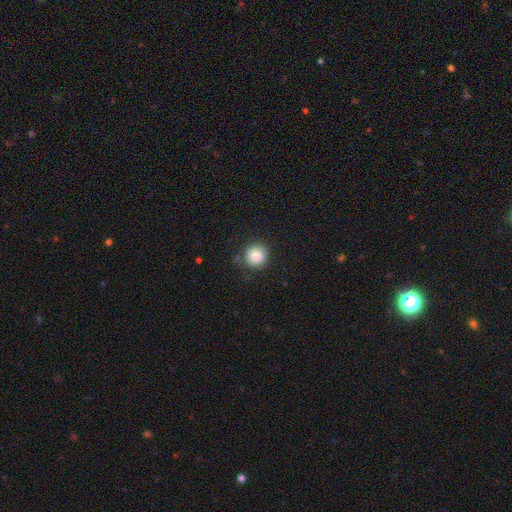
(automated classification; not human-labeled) This is clearly a smooth galaxy (85%). How rounded: clearly round (94%). Merging: clearly none (82%).